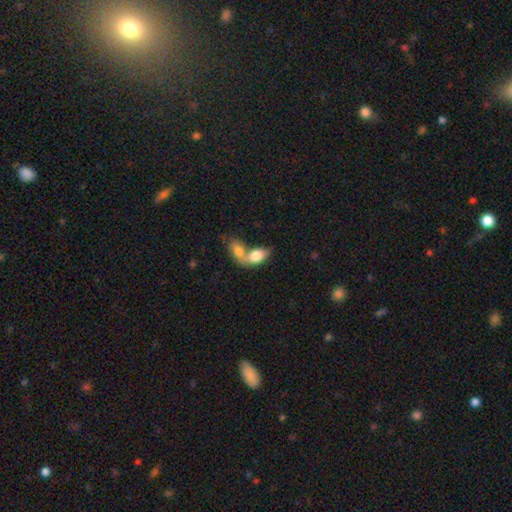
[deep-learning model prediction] A smooth galaxy with no disk features (77%) that is in between round and cigar-shaped (87%). Merging: merger (77%).